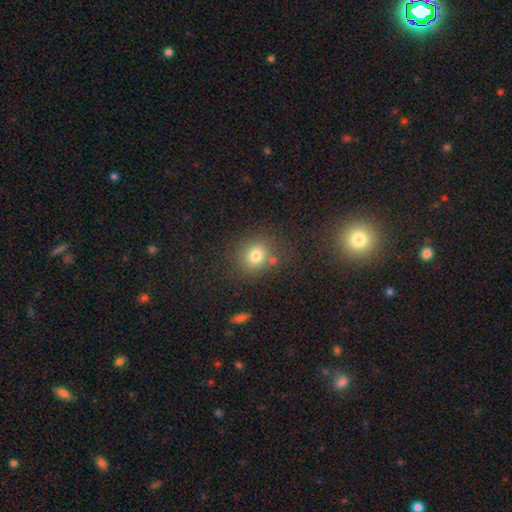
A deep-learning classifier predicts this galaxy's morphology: Smooth or featured? smooth (78%)
How rounded? round (73%)
Merging? none (76%)